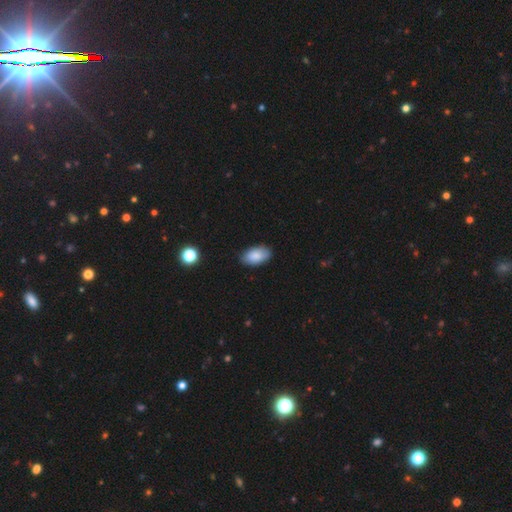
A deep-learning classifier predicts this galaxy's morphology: A smooth galaxy with no disk features (87%) that is in between round and cigar-shaped (94%). Merging: none (84%).